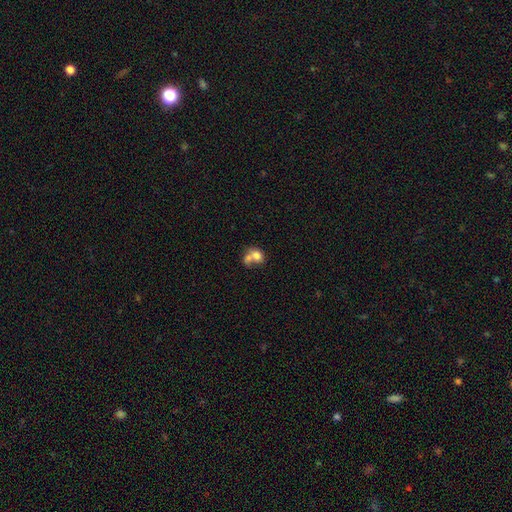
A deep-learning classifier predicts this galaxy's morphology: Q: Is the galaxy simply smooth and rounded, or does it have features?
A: smooth — 71%.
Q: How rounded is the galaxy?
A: in between — 54%.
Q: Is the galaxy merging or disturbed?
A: merger — 64%.